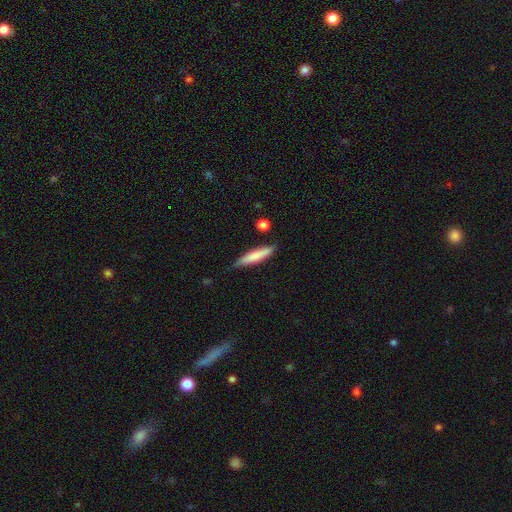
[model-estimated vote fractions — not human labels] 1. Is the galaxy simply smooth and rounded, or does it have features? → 71% smooth, 23% featured or disk, 6% star or artifact.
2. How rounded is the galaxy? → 84% cigar-shaped, 14% in between, 1% round.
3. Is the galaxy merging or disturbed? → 78% none, 16% minor disturbance, 3% merger, 3% major disturbance.